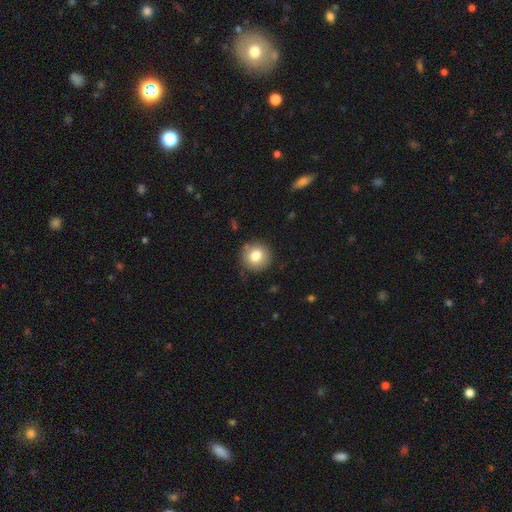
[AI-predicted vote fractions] A smooth galaxy with no disk features (80%) that is round (92%). Merging: none (86%).